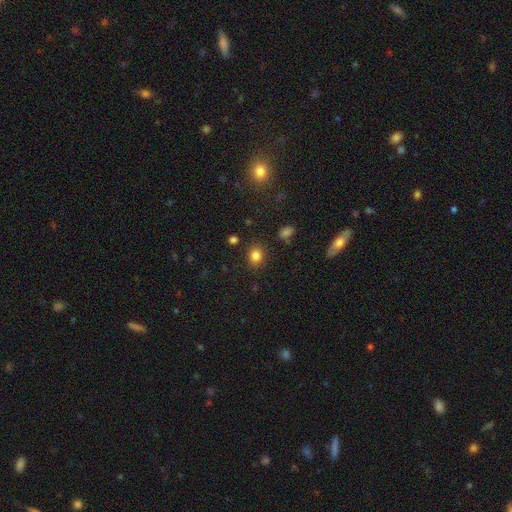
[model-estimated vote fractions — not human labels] Overall: smooth (82%). How rounded: round (58%; in between 41%). Merging: none (85%).